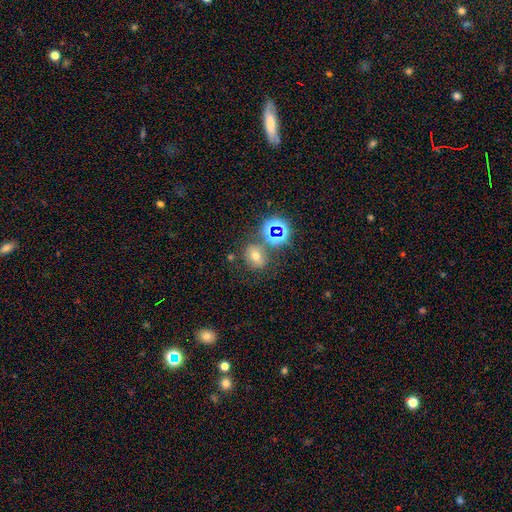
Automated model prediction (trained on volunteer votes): This is possibly a smooth galaxy (54%). How rounded: possibly round (54%). Merging: likely none (66%).